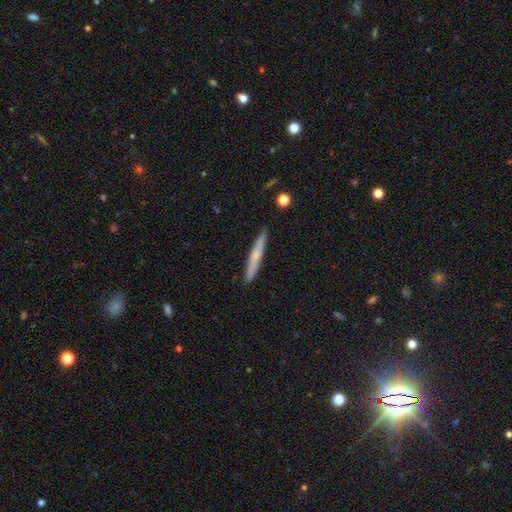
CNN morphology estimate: Q: Smooth or featured?
A: smooth (58%); runner-up: featured or disk (36%)
Q: How rounded?
A: cigar-shaped (95%); runner-up: in between (3%)
Q: Merging?
A: none (90%); runner-up: minor disturbance (8%)